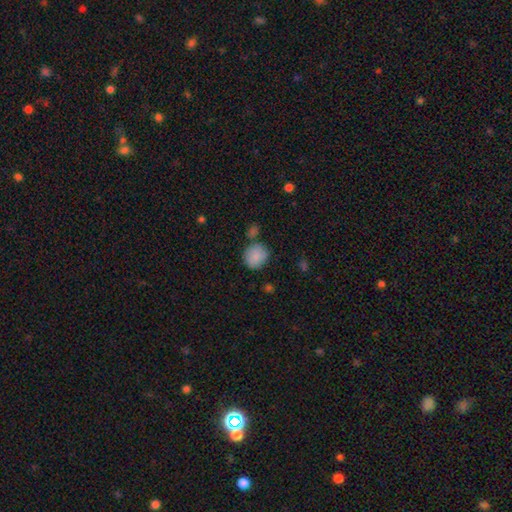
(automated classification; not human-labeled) Smooth or featured? smooth (86%)
How rounded? round (80%)
Merging? none (67%)